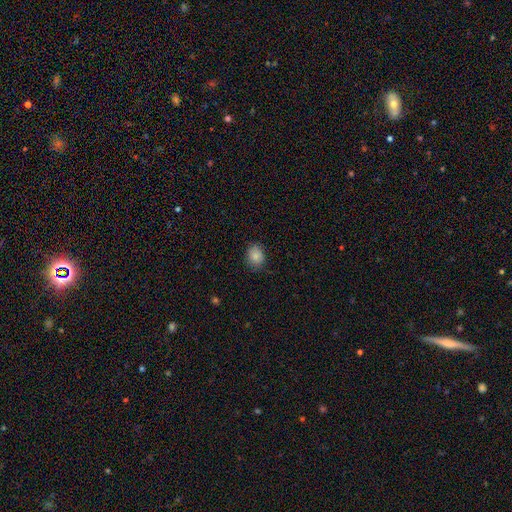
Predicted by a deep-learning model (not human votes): A smooth galaxy with no disk features (85%) that is round (55%). Merging: none (81%).